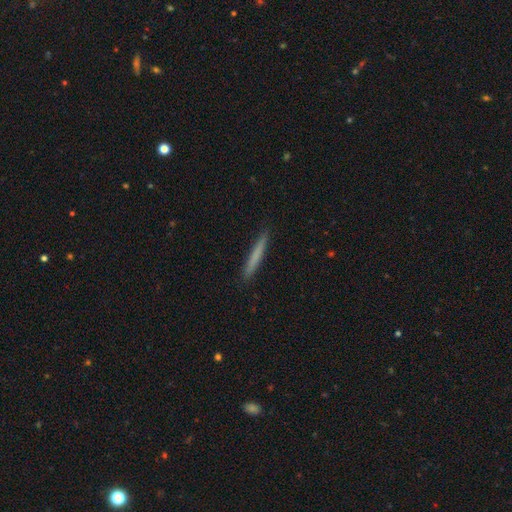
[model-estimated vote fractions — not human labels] A smooth galaxy with no disk features (71%) that is cigar-shaped (97%).

Vote fractions:
- Smooth or featured? smooth: 71% / featured or disk: 23% / star or artifact: 6%
- How rounded? cigar-shaped: 97% / in between: 2% / round: 1%
- Merging? none: 92% / minor disturbance: 6% / major disturbance: 1% / merger: 1%